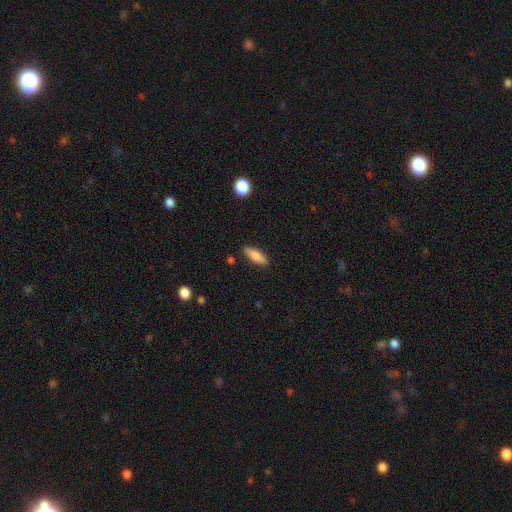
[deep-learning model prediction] A smooth galaxy with no disk features (76%) that is in between round and cigar-shaped (53%).

Vote fractions:
- Smooth or featured? smooth: 76% / featured or disk: 18% / star or artifact: 6%
- How rounded? in between: 53% / cigar-shaped: 45% / round: 2%
- Merging? none: 87% / minor disturbance: 9% / major disturbance: 2% / merger: 2%